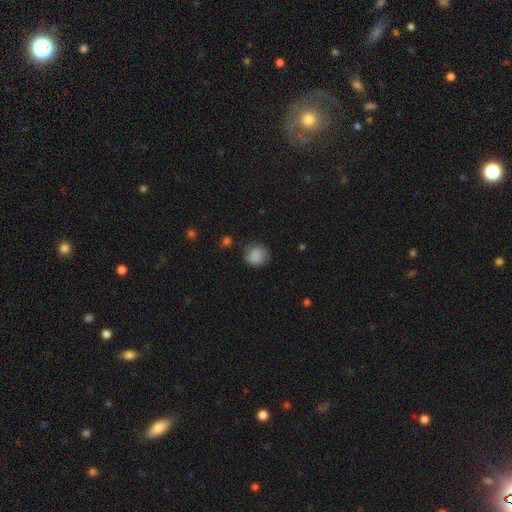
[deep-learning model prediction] smooth_or_featured: smooth (p=0.86) [alt: star or artifact p=0.09]
how_rounded: round (p=0.85) [alt: in between p=0.14]
merging: none (p=0.76) [alt: minor disturbance p=0.18]